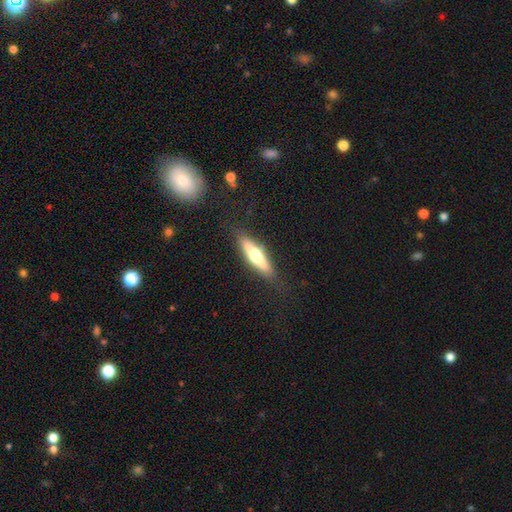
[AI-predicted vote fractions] smooth_or_featured: featured or disk (p=0.49) [alt: smooth p=0.45]
merging: none (p=0.84) [alt: minor disturbance p=0.11]